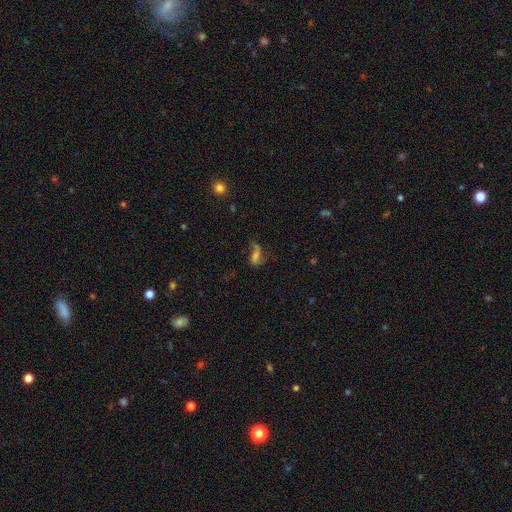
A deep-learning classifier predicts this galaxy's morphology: This is possibly a featured or disk galaxy (54%). It is clearly not viewed edge-on (92%). Merging: possibly none (45%).